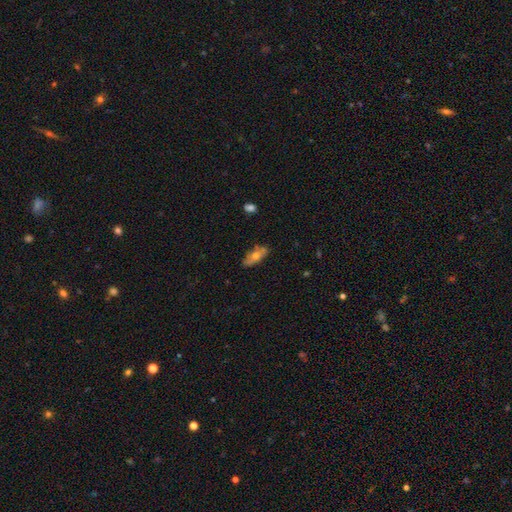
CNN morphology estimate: Smooth or featured: smooth — 53% (featured or disk — 39%)
How rounded: in between — 67% (cigar-shaped — 29%)
Merging: none — 81% (minor disturbance — 15%)